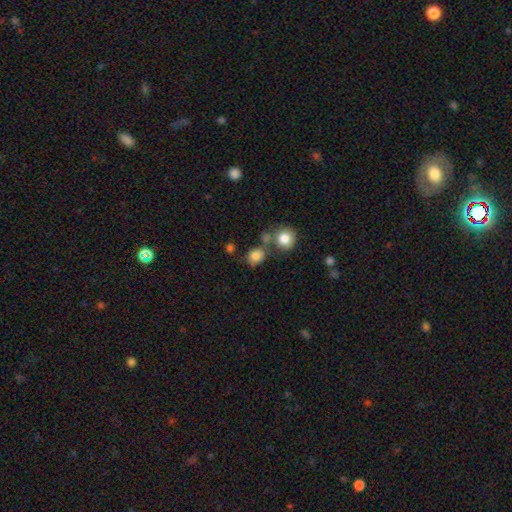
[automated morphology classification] Q: Smooth or featured?
A: smooth (81%); runner-up: star or artifact (11%)
Q: How rounded?
A: round (70%); runner-up: in between (29%)
Q: Merging?
A: none (61%); runner-up: merger (22%)